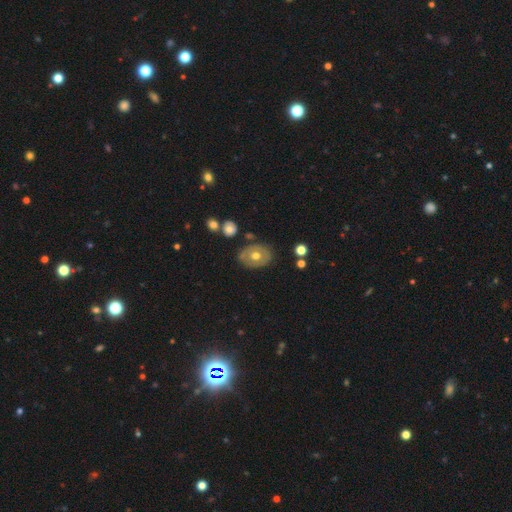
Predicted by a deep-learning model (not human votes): A smooth galaxy with no disk features (50%).

Vote fractions:
- Smooth or featured? smooth: 50% / featured or disk: 43% / star or artifact: 7%
- Merging? none: 78% / minor disturbance: 14% / major disturbance: 4% / merger: 4%